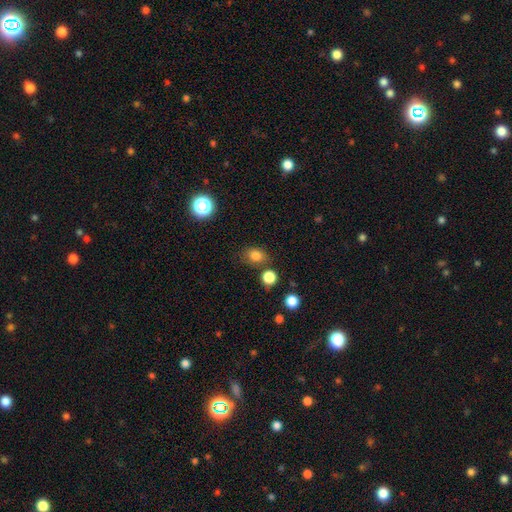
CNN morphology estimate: smooth 81%, star or artifact 13%, featured or disk 7%. Down the decision tree: how rounded — in between (51%); merging — none (74%).